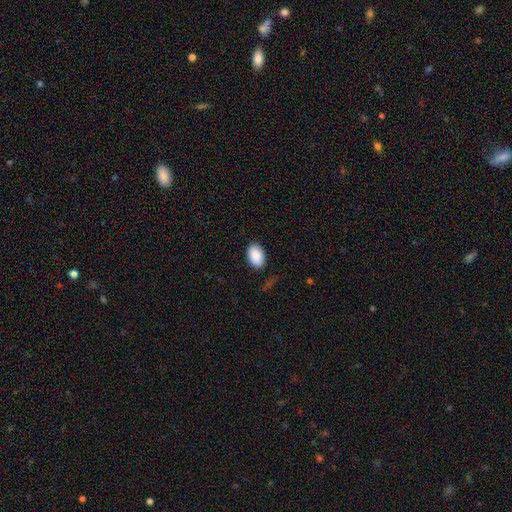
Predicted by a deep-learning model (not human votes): smooth 89%, star or artifact 6%, featured or disk 5%. Down the decision tree: how rounded — in between (90%); merging — none (85%).